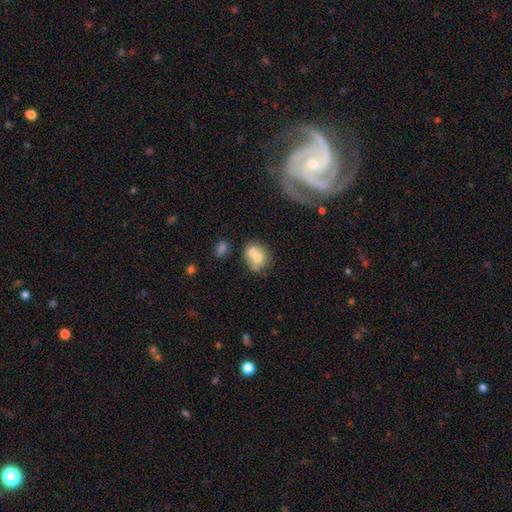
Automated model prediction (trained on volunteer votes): Smooth or featured: smooth — 64% (featured or disk — 27%)
How rounded: round — 59% (in between — 40%)
Merging: merger — 59% (none — 27%)